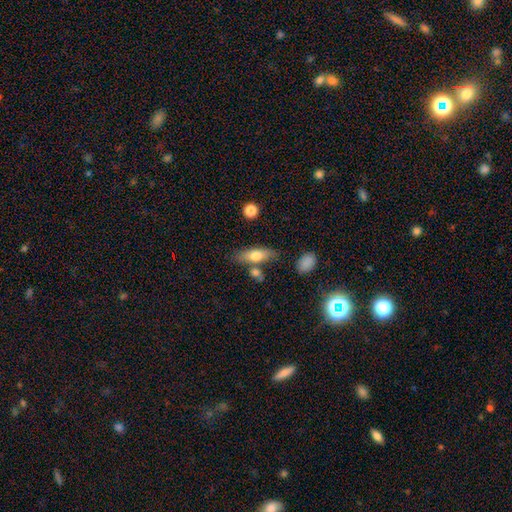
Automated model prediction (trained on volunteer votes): smooth 69%, featured or disk 24%, star or artifact 7%. Down the decision tree: how rounded — in between (60%); merging — none (69%).